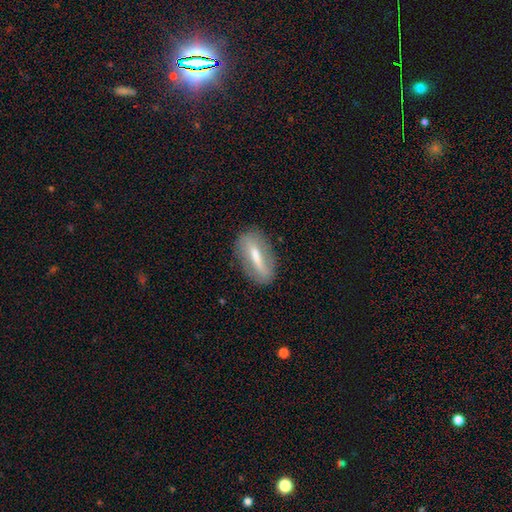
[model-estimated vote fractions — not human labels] Overall: featured or disk (51%; smooth 42%). Edge-on disk: no (73%). Merging: none (79%).